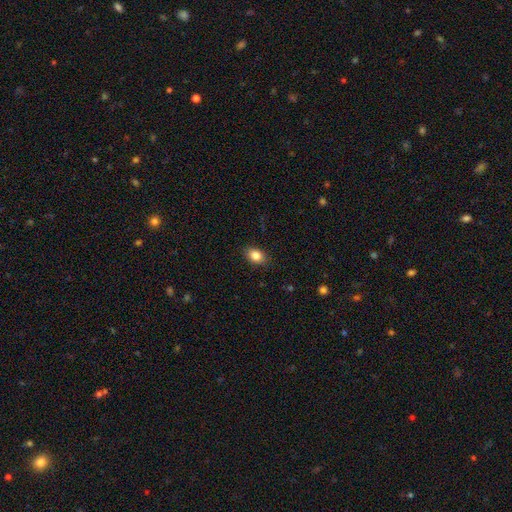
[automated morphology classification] Smooth or featured?
  - smooth: 84% *
  - star or artifact: 9%
  - featured or disk: 7%
How rounded?
  - in between: 79% *
  - round: 20%
  - cigar-shaped: 1%
Merging?
  - none: 87% *
  - minor disturbance: 10%
  - major disturbance: 2%
  - merger: 1%